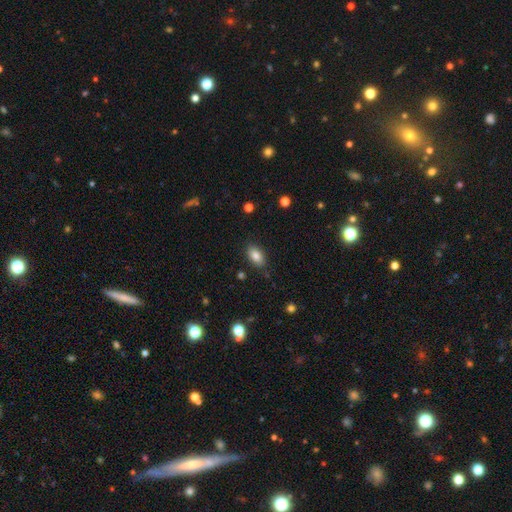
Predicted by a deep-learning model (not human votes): This appears to be a smooth galaxy with no disk features (84%) that is in between round and cigar-shaped (91%). Merging: none (85%).